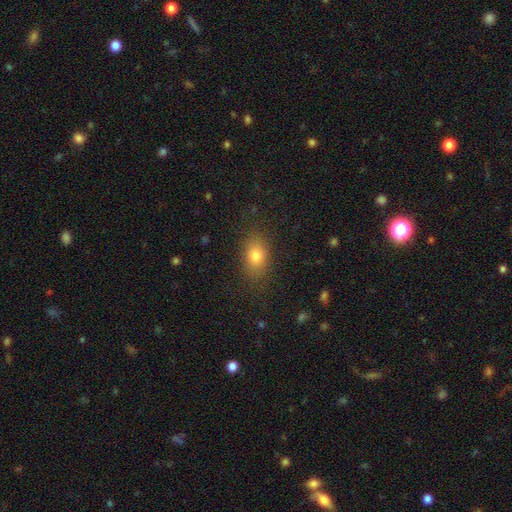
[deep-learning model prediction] smooth-or-featured: smooth: 78% | star or artifact: 11% | featured or disk: 10%
  how-rounded: in between: 77% | round: 21% | cigar-shaped: 2%
  merging: none: 84% | minor disturbance: 11% | major disturbance: 4% | merger: 1%